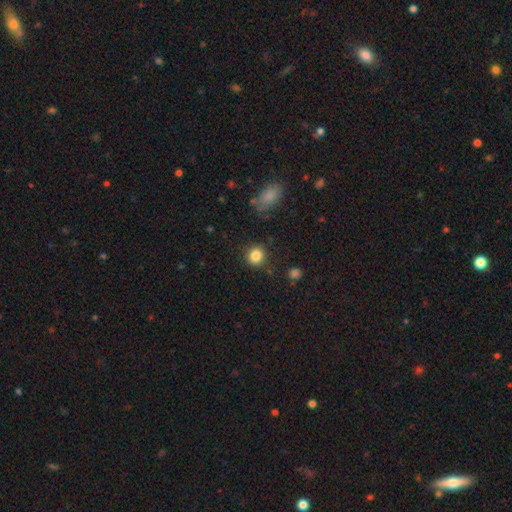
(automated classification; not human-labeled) smooth 86%, star or artifact 10%, featured or disk 4%. Down the decision tree: how rounded — round (85%); merging — none (85%).